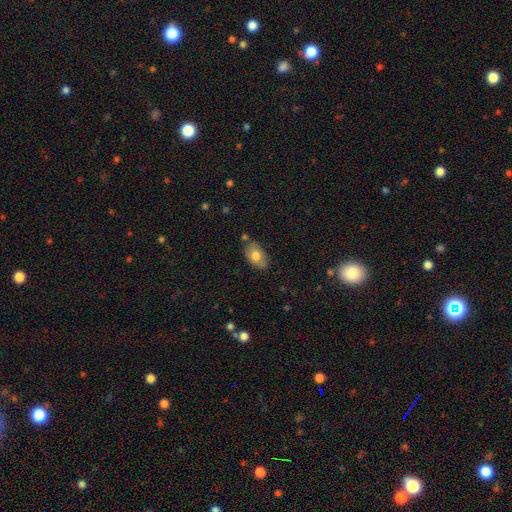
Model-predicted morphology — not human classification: Q: Smooth or featured?
A: smooth (73%); runner-up: featured or disk (20%)
Q: How rounded?
A: in between (92%); runner-up: round (7%)
Q: Merging?
A: none (74%); runner-up: minor disturbance (18%)